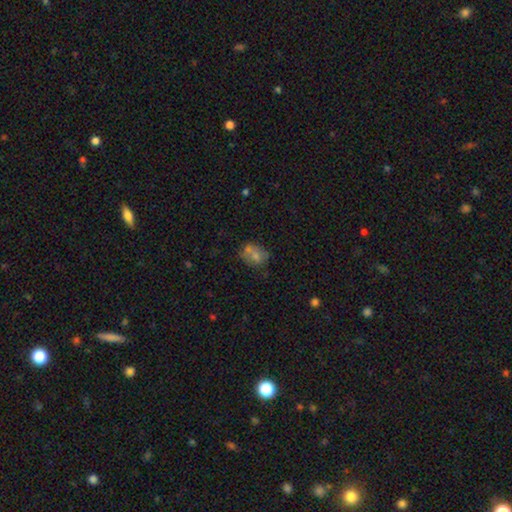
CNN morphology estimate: The model was most divided on "how rounded": in between: 52%, round: 46%, cigar-shaped: 2%. Remaining: smooth or featured — smooth (57%); merging — none (45%).